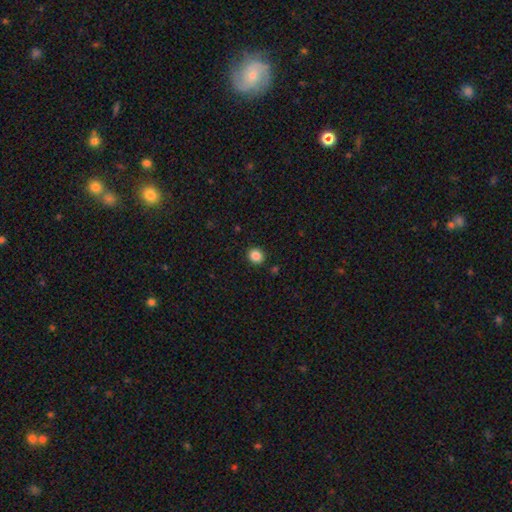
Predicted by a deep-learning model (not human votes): Overall: smooth (86%). How rounded: round (78%). Merging: none (90%).